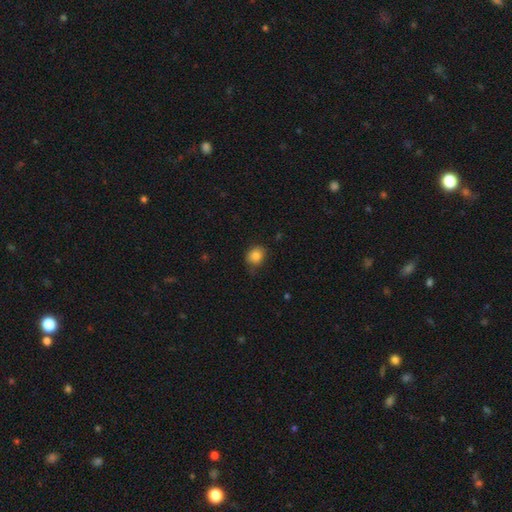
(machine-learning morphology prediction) This is clearly a smooth galaxy (84%). How rounded: likely round (60%). Merging: likely none (70%).